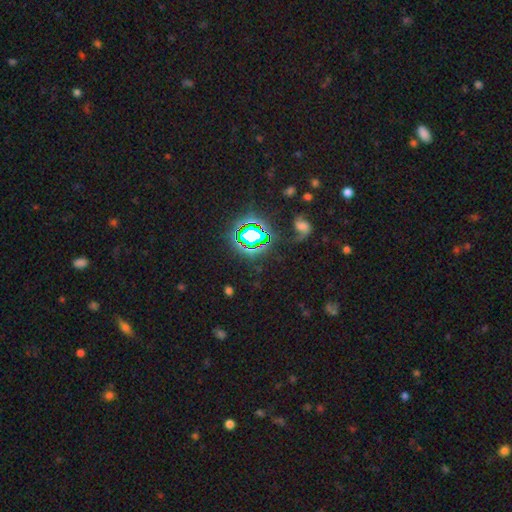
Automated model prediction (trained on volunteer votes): smooth_or_featured: star or artifact (p=0.79) [alt: smooth p=0.14]